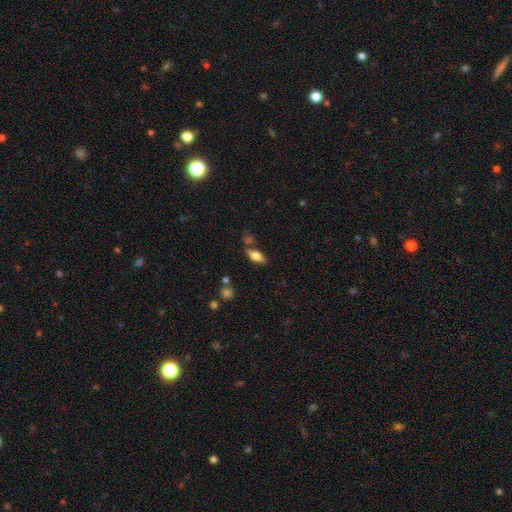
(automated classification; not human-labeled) This is likely a smooth galaxy (65%). How rounded: likely in between (79%). Merging: likely none (72%).